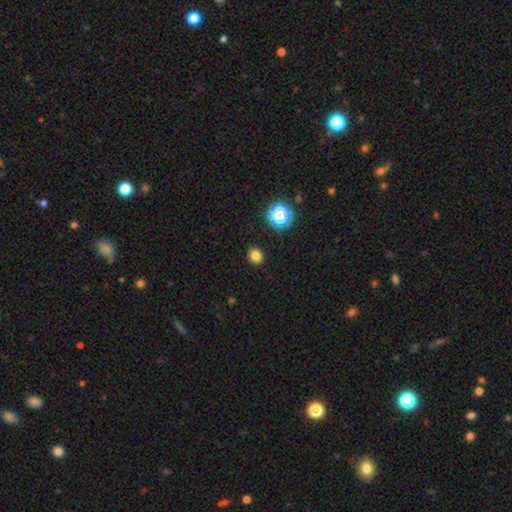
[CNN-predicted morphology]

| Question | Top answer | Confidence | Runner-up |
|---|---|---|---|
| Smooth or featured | smooth | 78% | star or artifact (17%) |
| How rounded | round | 72% | in between (27%) |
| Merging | none | 90% | minor disturbance (7%) |